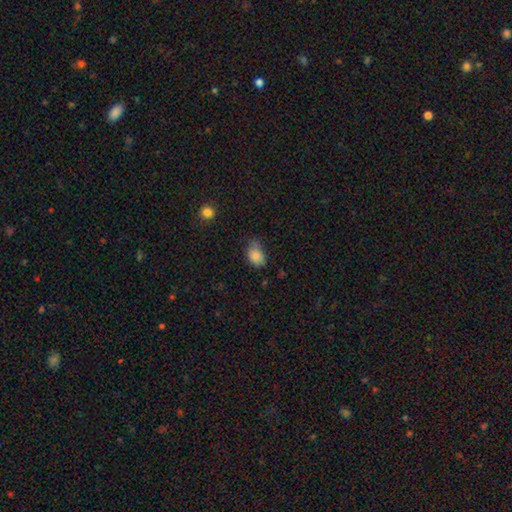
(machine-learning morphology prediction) smooth_or_featured: smooth (p=0.83) [alt: star or artifact p=0.09]
how_rounded: in between (p=0.76) [alt: round p=0.23]
merging: none (p=0.48) [alt: minor disturbance p=0.40]